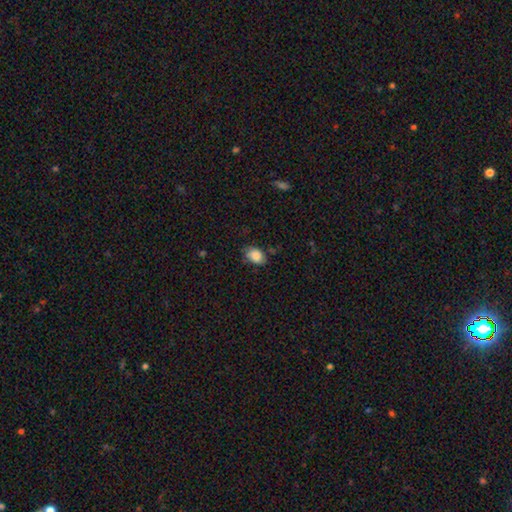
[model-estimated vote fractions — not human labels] smooth 83%, featured or disk 9%, star or artifact 8%. Down the decision tree: how rounded — in between (81%); merging — none (67%).